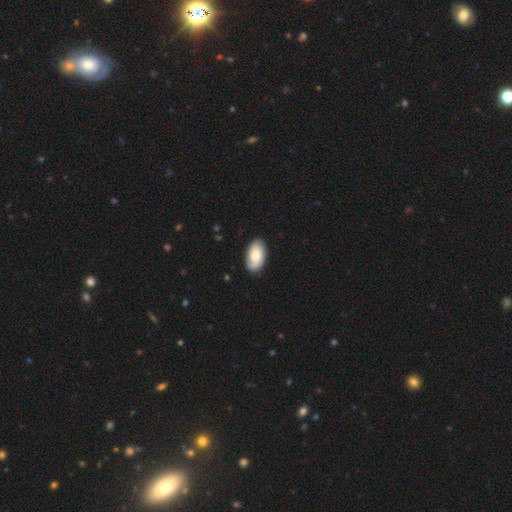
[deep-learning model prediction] Smooth or featured: smooth — 66% (featured or disk — 28%)
How rounded: in between — 95% (round — 3%)
Merging: none — 84% (minor disturbance — 13%)